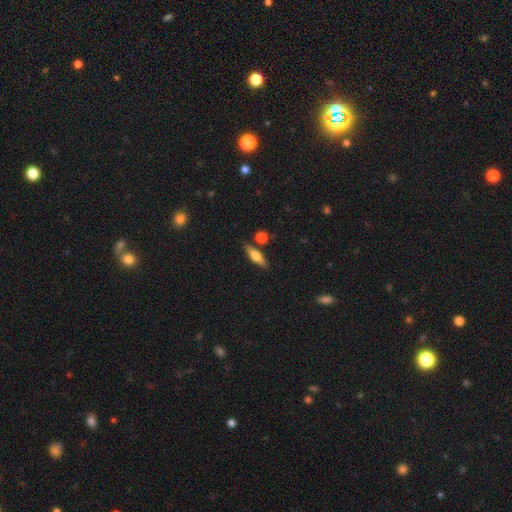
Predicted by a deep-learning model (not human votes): The model was most divided on "how rounded": cigar-shaped: 52%, in between: 44%, round: 4%. More confident: merging — none (81%); smooth or featured — smooth (54%).